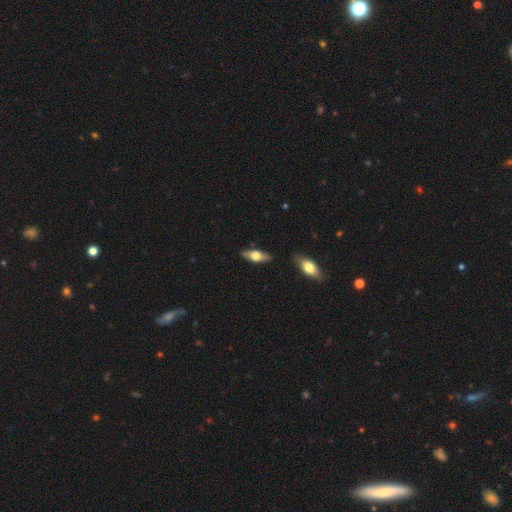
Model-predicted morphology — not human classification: Smooth or featured? Predicted: smooth (p=0.50). Merging? Predicted: none (p=0.85).